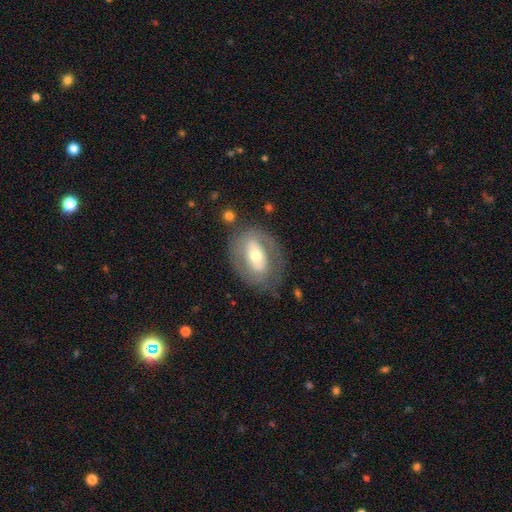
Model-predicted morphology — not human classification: Smooth or featured: featured or disk — 63% (smooth — 31%)
Edge-on disk: no — 93% (yes — 7%)
Bar: no — 43% (weak — 29%)
Spiral arms: no — 57% (yes — 43%)
Bulge size: moderate — 65% (small — 23%)
Merging: none — 70% (minor disturbance — 17%)